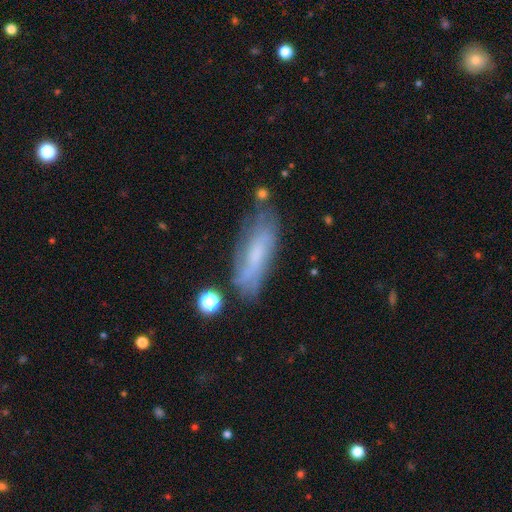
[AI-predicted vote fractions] Q: Smooth or featured?
A: smooth (47%); runner-up: featured or disk (45%)
Q: Merging?
A: none (65%); runner-up: minor disturbance (23%)